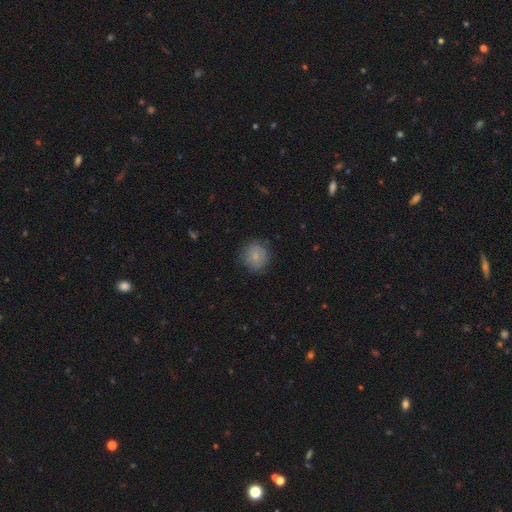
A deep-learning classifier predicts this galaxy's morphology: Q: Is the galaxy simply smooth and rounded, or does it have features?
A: smooth — 81%.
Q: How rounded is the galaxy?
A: round — 91%.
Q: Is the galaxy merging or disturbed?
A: none — 80%.